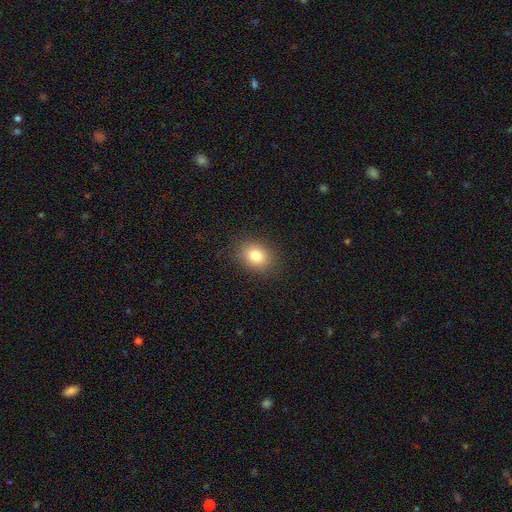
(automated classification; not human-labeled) Smooth or featured: smooth — 81% (star or artifact — 11%)
How rounded: in between — 55% (round — 44%)
Merging: none — 87% (minor disturbance — 9%)